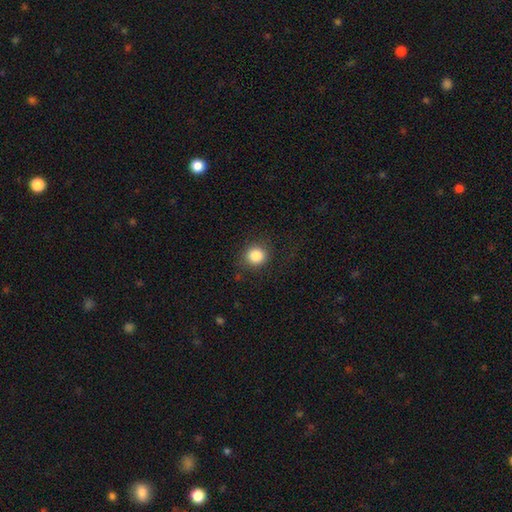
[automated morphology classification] This appears to be a smooth galaxy with no disk features (85%) that is round (87%). Merging: none (83%).